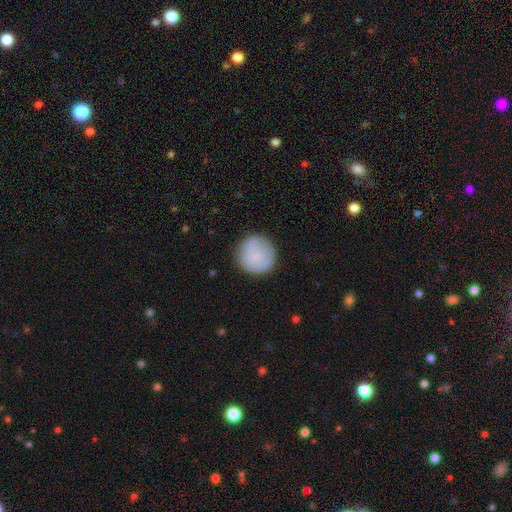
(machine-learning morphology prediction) This appears to be a smooth galaxy with no disk features (71%) that is round (95%). Merging: none (80%).